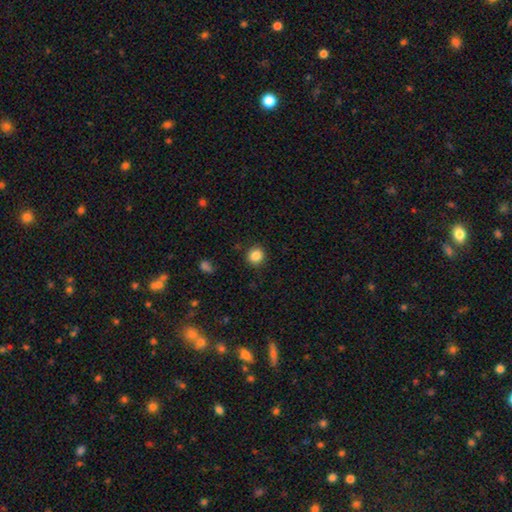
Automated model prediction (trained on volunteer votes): This is clearly a smooth galaxy (85%). How rounded: clearly round (90%). Merging: clearly none (90%).